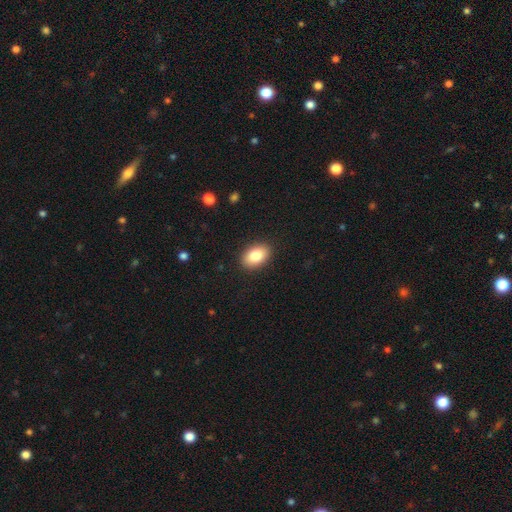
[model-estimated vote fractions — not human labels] Smooth or featured? smooth (84%)
How rounded? in between (89%)
Merging? none (89%)